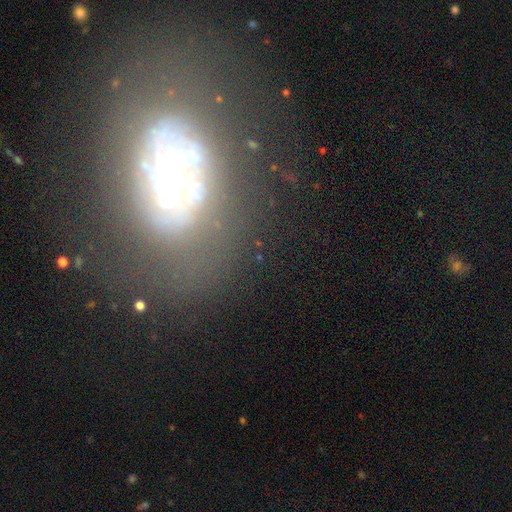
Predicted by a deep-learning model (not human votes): smooth_or_featured: featured or disk (p=0.74) [alt: smooth p=0.13]
disk_edge_on: no (p=0.94) [alt: yes p=0.06]
bar: no (p=0.74) [alt: weak p=0.19]
has_spiral_arms: yes (p=0.74) [alt: no p=0.26]
spiral_winding: tight (p=0.64) [alt: medium p=0.26]
spiral_arm_count: can't tell (p=0.49) [alt: 2 p=0.21]
bulge_size: small (p=0.52) [alt: moderate p=0.40]
merging: none (p=0.57) [alt: minor disturbance p=0.20]